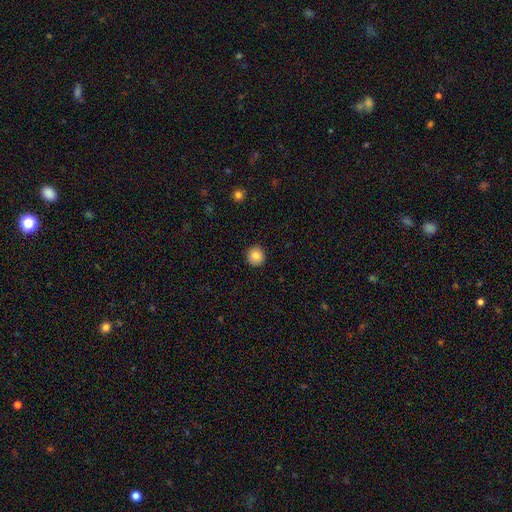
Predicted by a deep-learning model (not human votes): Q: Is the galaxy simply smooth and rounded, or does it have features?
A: smooth — 85%.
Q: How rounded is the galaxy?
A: round — 90%.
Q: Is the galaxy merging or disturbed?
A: none — 90%.